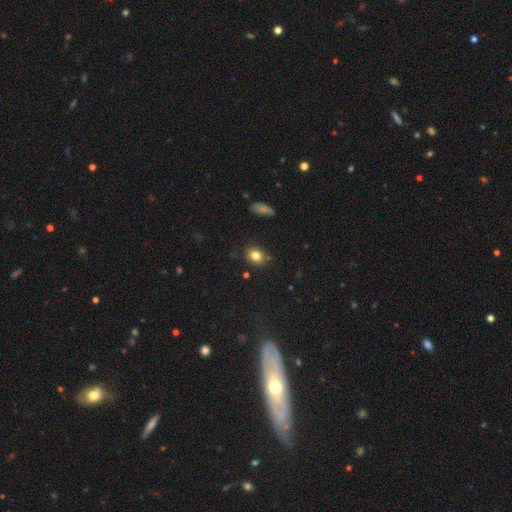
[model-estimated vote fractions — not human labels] Smooth or featured: smooth — 81% (star or artifact — 11%)
How rounded: in between — 50% (round — 49%)
Merging: none — 84% (minor disturbance — 11%)